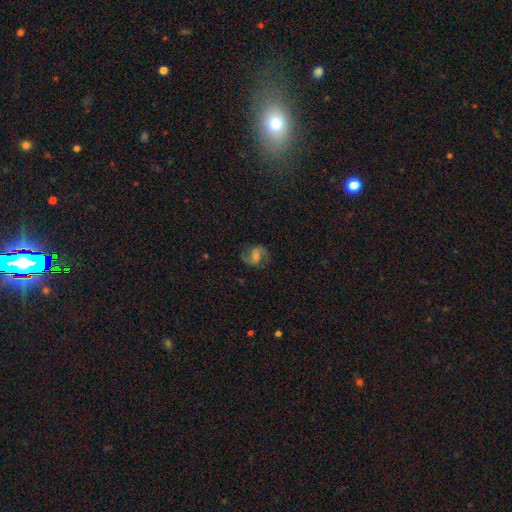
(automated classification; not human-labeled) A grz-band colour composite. It shows a featured or disk galaxy (73%) with a weak bar (47%), 2 (91%) medium (50%) spiral arms (94%) and a moderate central bulge (49%). Merging: none (79%).